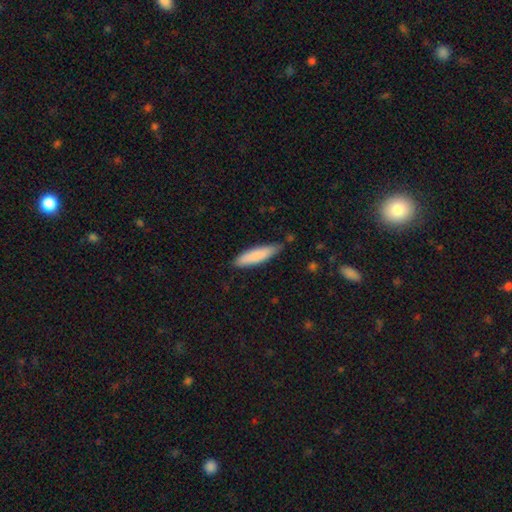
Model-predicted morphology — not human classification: Smooth or featured?
  - smooth: 84% *
  - featured or disk: 11%
  - star or artifact: 5%
How rounded?
  - cigar-shaped: 70% *
  - in between: 29%
  - round: 1%
Merging?
  - none: 79% *
  - minor disturbance: 17%
  - major disturbance: 2%
  - merger: 2%